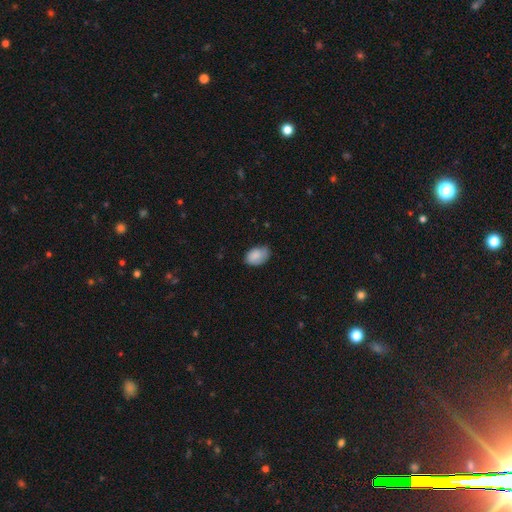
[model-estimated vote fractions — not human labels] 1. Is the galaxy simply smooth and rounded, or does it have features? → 84% smooth, 9% featured or disk, 7% star or artifact.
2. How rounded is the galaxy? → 87% in between, 12% round, 1% cigar-shaped.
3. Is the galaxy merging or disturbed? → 62% none, 31% minor disturbance, 6% major disturbance, 1% merger.